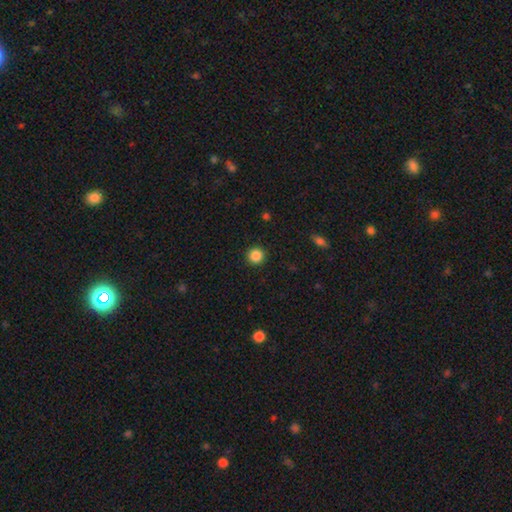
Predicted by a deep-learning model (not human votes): Smooth or featured: smooth — 86% (star or artifact — 11%)
How rounded: round — 95% (in between — 4%)
Merging: none — 92% (minor disturbance — 5%)